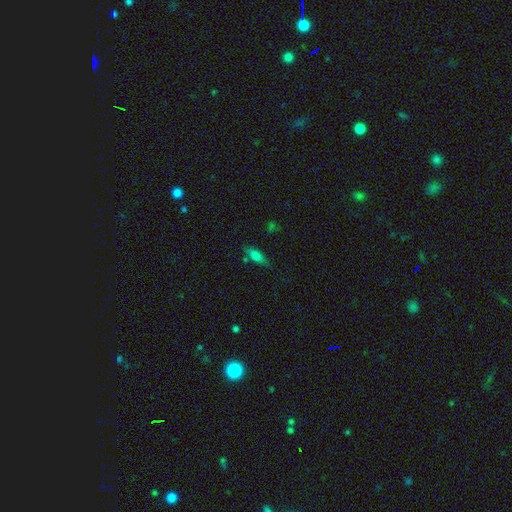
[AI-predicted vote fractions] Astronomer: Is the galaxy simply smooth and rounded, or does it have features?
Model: smooth — 70%.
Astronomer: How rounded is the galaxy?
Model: in between — 62%.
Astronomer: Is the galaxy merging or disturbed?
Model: none — 73%.